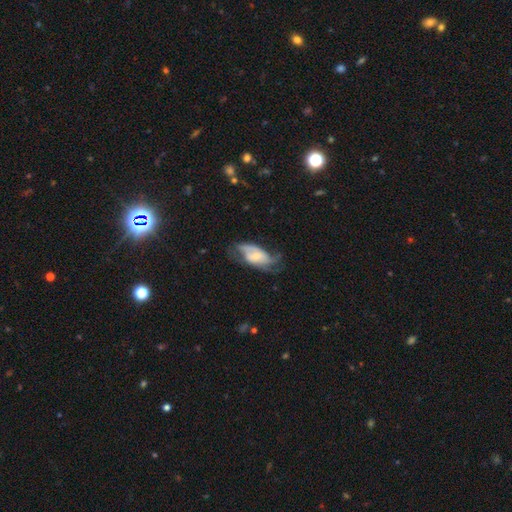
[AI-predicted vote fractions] smooth-or-featured: featured or disk: 67% | smooth: 26% | star or artifact: 7%
  disk-edge-on: no: 94% | yes: 6%
    bar: no: 57% | weak: 32% | strong: 11%
    has-spiral-arms: yes: 85% | no: 15%
      spiral-winding: medium: 42% | loose: 35% | tight: 23%
      spiral-arm-count: 2: 54% | can't tell: 21% | 3: 13% | 1: 6% | 4: 3% | more than 4: 2%
    bulge-size: small: 53% | moderate: 36% | large: 5% | none: 5% | dominant: 1%
  merging: none: 47% | minor disturbance: 27% | major disturbance: 24% | merger: 2%